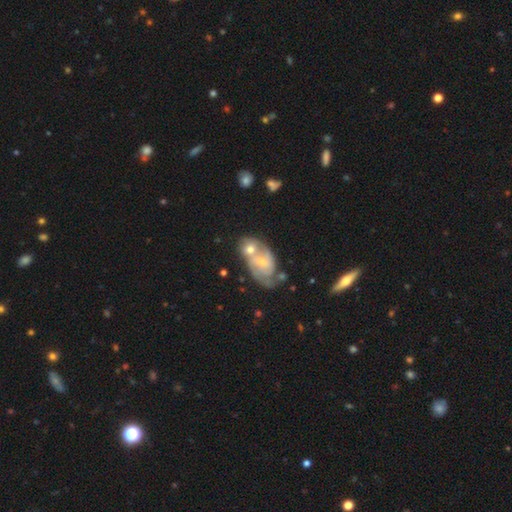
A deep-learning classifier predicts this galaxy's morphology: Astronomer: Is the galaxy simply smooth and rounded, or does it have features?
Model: featured or disk — 71%.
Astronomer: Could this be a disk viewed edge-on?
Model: no — 93%.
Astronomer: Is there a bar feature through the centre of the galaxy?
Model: no — 62%.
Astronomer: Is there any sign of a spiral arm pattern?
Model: yes — 84%.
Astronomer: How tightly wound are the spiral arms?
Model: tight — 46% (runner-up: medium, 39%).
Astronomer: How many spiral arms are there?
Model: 2 — 43% (runner-up: can't tell, 34%).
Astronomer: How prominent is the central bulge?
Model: small — 63%.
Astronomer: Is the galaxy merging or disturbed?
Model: merger — 43% (runner-up: none, 37%).